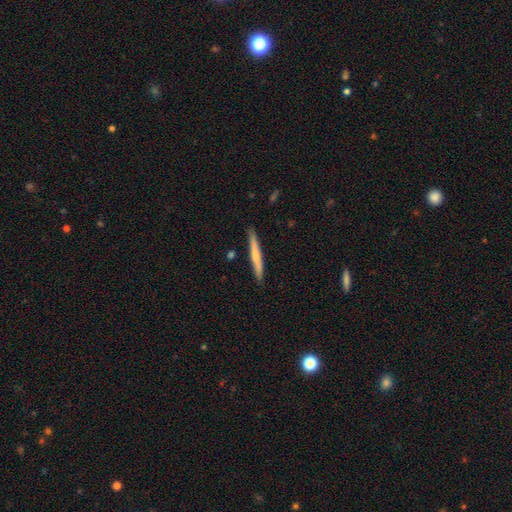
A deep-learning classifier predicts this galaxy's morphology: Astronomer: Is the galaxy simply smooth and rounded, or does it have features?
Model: smooth — 60%.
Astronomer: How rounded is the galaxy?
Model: cigar-shaped — 96%.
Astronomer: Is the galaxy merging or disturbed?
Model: none — 89%.